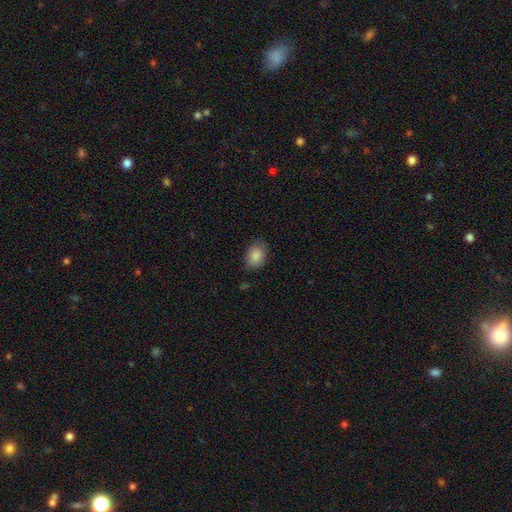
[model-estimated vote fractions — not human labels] smooth-or-featured: smooth: 87% | star or artifact: 8% | featured or disk: 5%
  how-rounded: in between: 74% | round: 25% | cigar-shaped: 1%
  merging: none: 80% | minor disturbance: 15% | major disturbance: 3% | merger: 1%